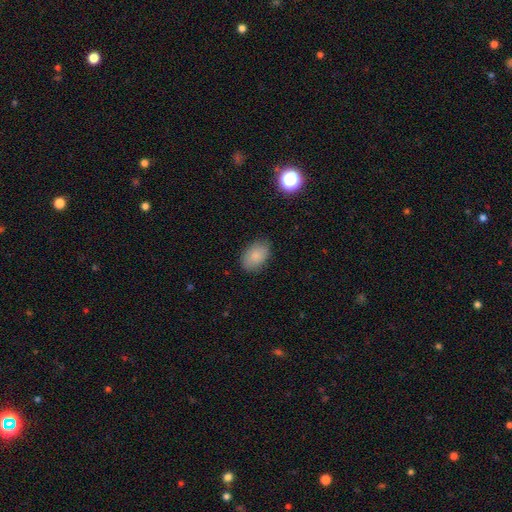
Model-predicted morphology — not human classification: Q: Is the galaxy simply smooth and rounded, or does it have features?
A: smooth — 85%.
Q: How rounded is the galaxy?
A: in between — 87%.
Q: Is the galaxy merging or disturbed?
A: none — 81%.